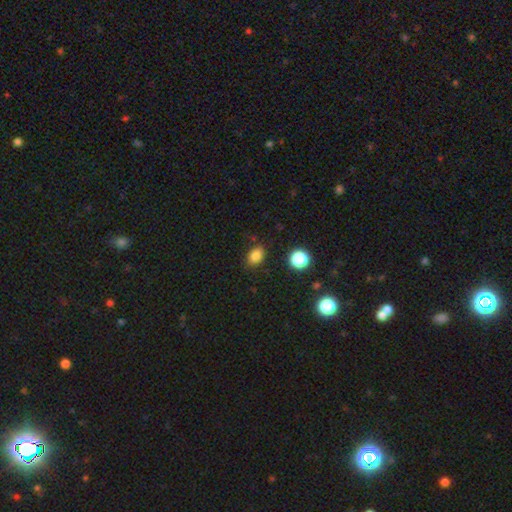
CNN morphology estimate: Smooth or featured? smooth (83%)
How rounded? in between (74%)
Merging? none (84%)